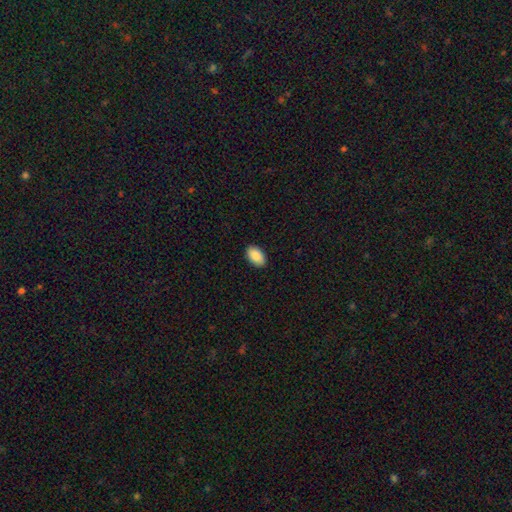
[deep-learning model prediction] smooth 90%, star or artifact 7%, featured or disk 3%. Down the decision tree: how rounded — in between (94%); merging — none (90%).